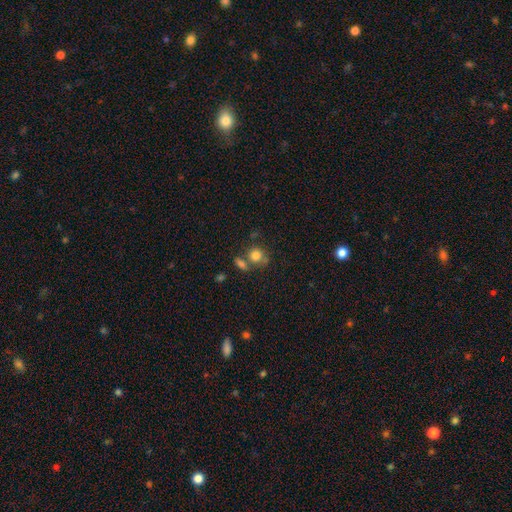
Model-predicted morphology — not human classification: Smooth or featured: smooth — 79% (star or artifact — 11%)
How rounded: round — 79% (in between — 20%)
Merging: none — 51% (merger — 29%)